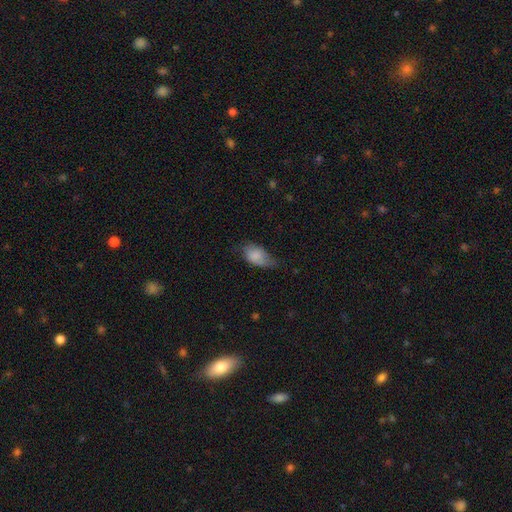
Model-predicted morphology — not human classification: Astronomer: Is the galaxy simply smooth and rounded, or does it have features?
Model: smooth — 80%.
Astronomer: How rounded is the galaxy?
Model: in between — 91%.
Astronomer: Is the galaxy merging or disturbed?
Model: minor disturbance — 42% (runner-up: none, 40%).